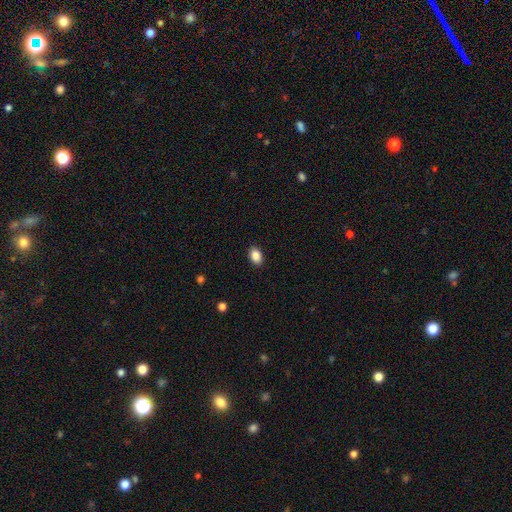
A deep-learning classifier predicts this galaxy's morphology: smooth-or-featured: smooth: 88% | star or artifact: 8% | featured or disk: 4%
  how-rounded: in between: 83% | round: 16% | cigar-shaped: 1%
  merging: none: 89% | minor disturbance: 8% | major disturbance: 2% | merger: 1%